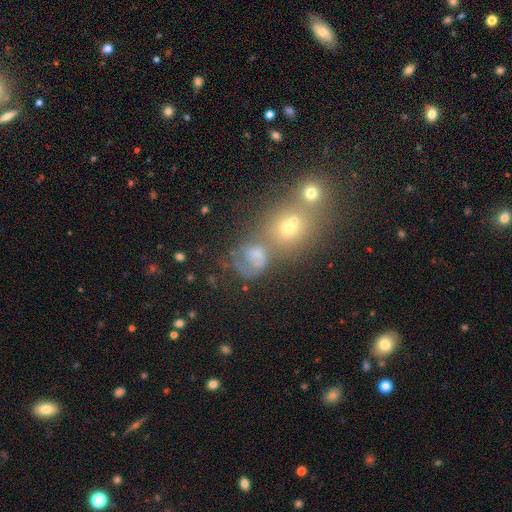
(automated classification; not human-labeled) Smooth or featured? Predicted: smooth (p=0.50). Merging? Predicted: merger (p=0.40).